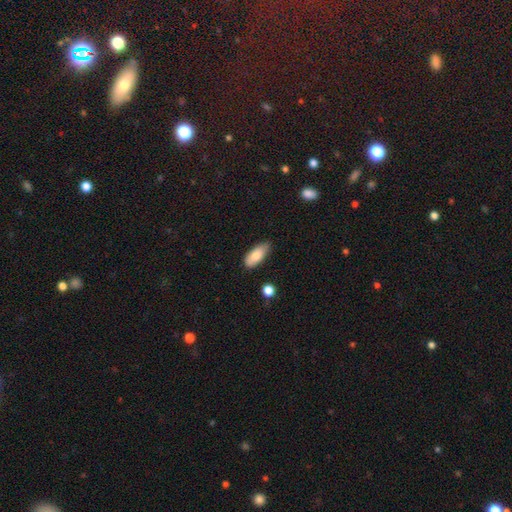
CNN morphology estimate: Q: Smooth or featured?
A: smooth (82%); runner-up: featured or disk (12%)
Q: How rounded?
A: in between (85%); runner-up: cigar-shaped (12%)
Q: Merging?
A: none (74%); runner-up: minor disturbance (21%)